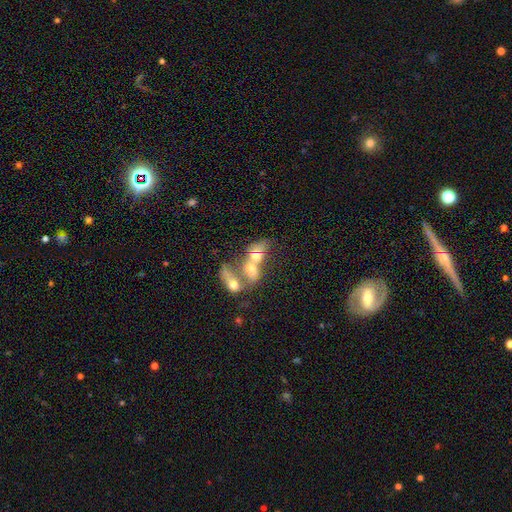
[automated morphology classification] A smooth galaxy with no disk features (53%) that is in between round and cigar-shaped (65%).

Vote fractions:
- Smooth or featured? smooth: 53% / featured or disk: 34% / star or artifact: 13%
- How rounded? in between: 65% / round: 28% / cigar-shaped: 7%
- Merging? merger: 77% / none: 10% / major disturbance: 8% / minor disturbance: 5%